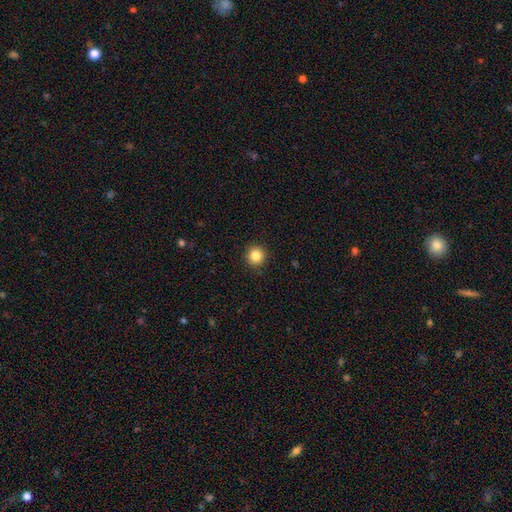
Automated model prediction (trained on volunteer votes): Smooth or featured? smooth (85%)
How rounded? round (95%)
Merging? none (93%)